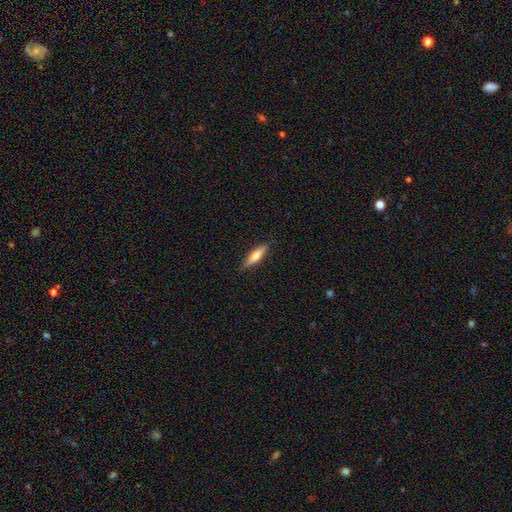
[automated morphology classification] Q: Smooth or featured?
A: smooth (58%); runner-up: featured or disk (36%)
Q: How rounded?
A: cigar-shaped (68%); runner-up: in between (30%)
Q: Merging?
A: none (88%); runner-up: minor disturbance (9%)